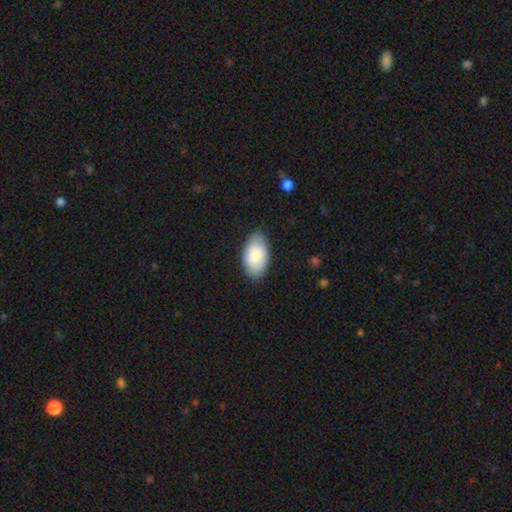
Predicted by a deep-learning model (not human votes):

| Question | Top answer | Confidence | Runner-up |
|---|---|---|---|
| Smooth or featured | smooth | 80% | featured or disk (14%) |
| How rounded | in between | 94% | round (4%) |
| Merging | none | 81% | minor disturbance (15%) |